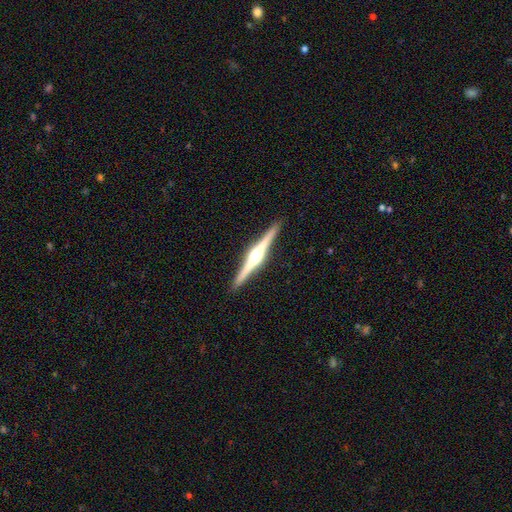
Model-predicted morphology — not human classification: smooth-or-featured: featured or disk: 84% | smooth: 12% | star or artifact: 4%
  disk-edge-on: yes: 99% | no: 1%
    edge-on-bulge: rounded: 92% | boxy: 5% | none: 3%
  merging: none: 92% | minor disturbance: 5% | major disturbance: 1% | merger: 1%